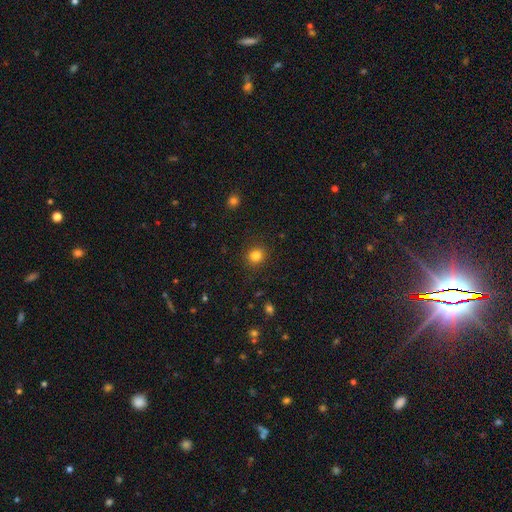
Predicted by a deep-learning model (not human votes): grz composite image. It shows a smooth galaxy with no disk features (83%) that is round (87%). Merging: none (90%).